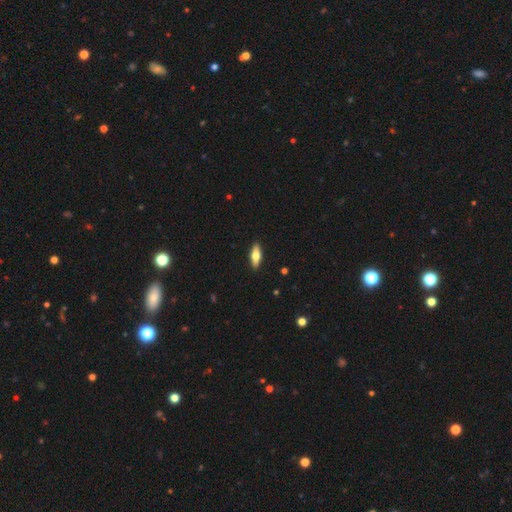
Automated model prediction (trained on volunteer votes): Overall: smooth (55%; featured or disk 39%). How rounded: in between (51%; cigar-shaped 46%). Merging: none (91%).